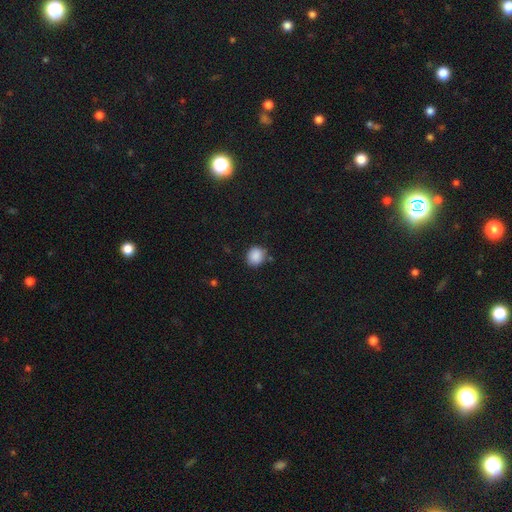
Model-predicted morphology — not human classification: This is clearly a smooth galaxy (88%). How rounded: likely round (78%). Merging: clearly none (81%).